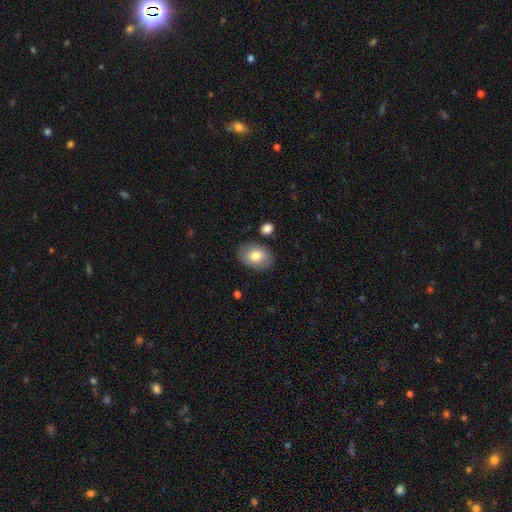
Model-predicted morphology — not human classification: smooth-or-featured: smooth: 77% | featured or disk: 16% | star or artifact: 7%
  how-rounded: in between: 79% | round: 20% | cigar-shaped: 1%
  merging: none: 83% | minor disturbance: 11% | merger: 3% | major disturbance: 3%